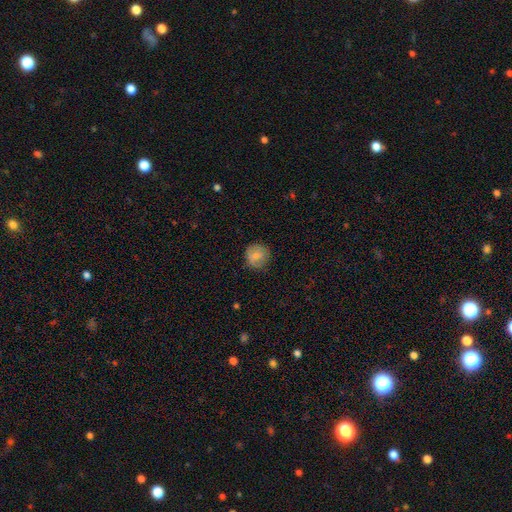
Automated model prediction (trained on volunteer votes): This is likely a smooth galaxy (76%). How rounded: clearly round (89%). Merging: likely none (78%).